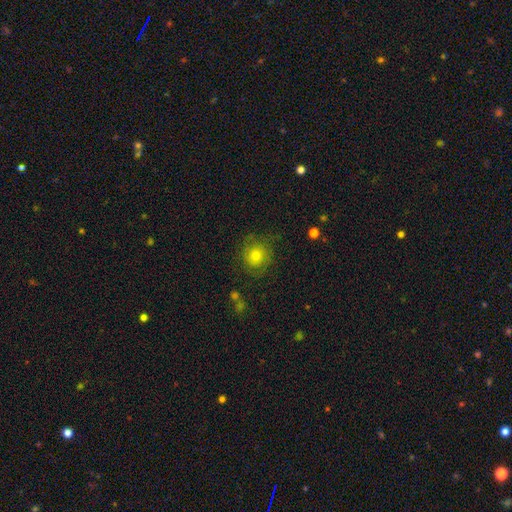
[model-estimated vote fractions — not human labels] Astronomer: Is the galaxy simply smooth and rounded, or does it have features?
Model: smooth — 66%.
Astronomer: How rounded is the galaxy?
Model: round — 89%.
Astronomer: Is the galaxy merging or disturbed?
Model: none — 73%.